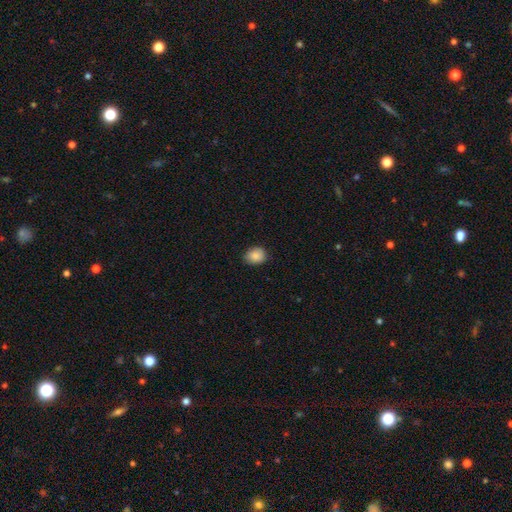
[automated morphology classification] A smooth galaxy with no disk features (87%) that is round (52%).

Vote fractions:
- Smooth or featured? smooth: 87% / star or artifact: 8% / featured or disk: 5%
- How rounded? round: 52% / in between: 47% / cigar-shaped: 1%
- Merging? none: 83% / minor disturbance: 14% / major disturbance: 2% / merger: 1%